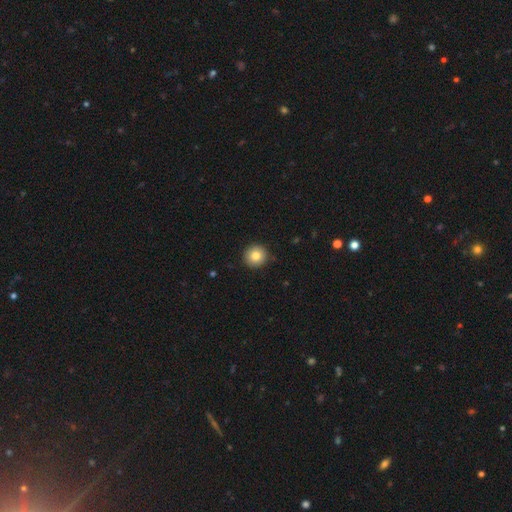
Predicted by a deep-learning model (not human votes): The model was most divided on "smooth or featured": smooth: 83%, star or artifact: 9%, featured or disk: 8%. More confident: how rounded — round (95%); merging — none (91%).